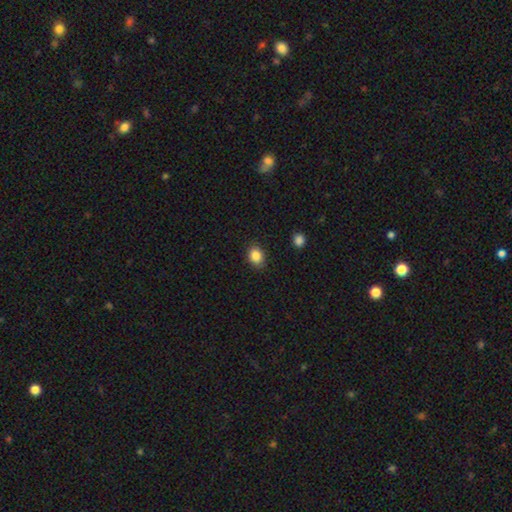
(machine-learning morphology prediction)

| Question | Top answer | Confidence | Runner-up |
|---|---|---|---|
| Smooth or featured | smooth | 86% | star or artifact (9%) |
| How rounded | in between | 57% | round (42%) |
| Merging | none | 87% | minor disturbance (10%) |